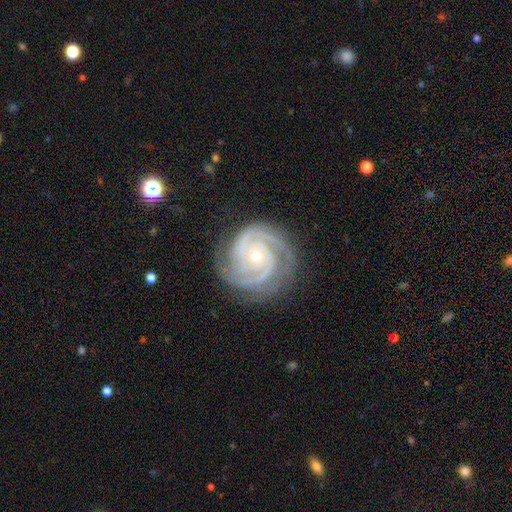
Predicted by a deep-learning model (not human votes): smooth_or_featured: featured or disk (p=0.93) [alt: star or artifact p=0.04]
disk_edge_on: no (p=0.98) [alt: yes p=0.02]
bar: no (p=0.70) [alt: weak p=0.22]
has_spiral_arms: yes (p=0.99) [alt: no p=0.01]
spiral_winding: tight (p=0.78) [alt: medium p=0.21]
spiral_arm_count: 2 (p=0.44) [alt: 3 p=0.36]
bulge_size: small (p=0.64) [alt: moderate p=0.34]
merging: none (p=0.81) [alt: minor disturbance p=0.14]